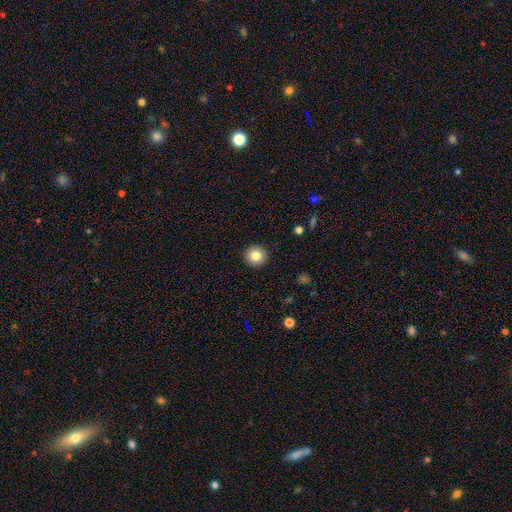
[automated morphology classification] This is clearly a smooth galaxy (84%). How rounded: clearly round (95%). Merging: clearly none (93%).